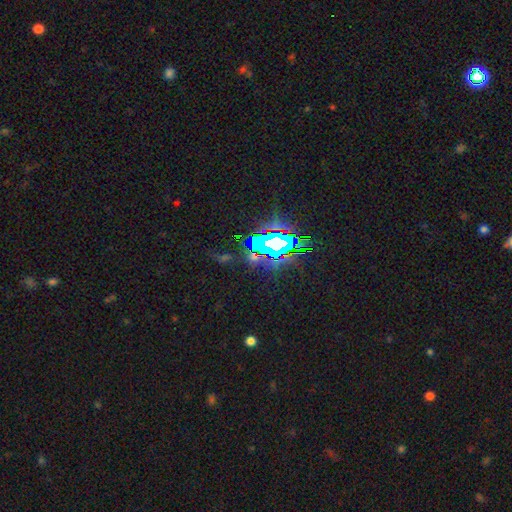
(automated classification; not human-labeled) Q: Smooth or featured?
A: star or artifact (71%); runner-up: smooth (15%)